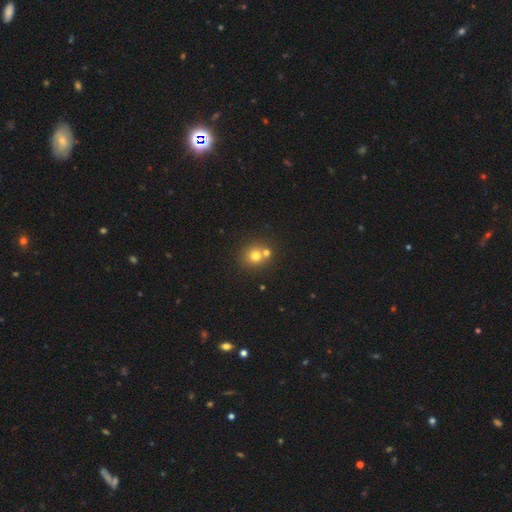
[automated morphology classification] Q: Smooth or featured?
A: smooth (73%); runner-up: star or artifact (14%)
Q: How rounded?
A: round (86%); runner-up: in between (13%)
Q: Merging?
A: none (54%); runner-up: merger (37%)